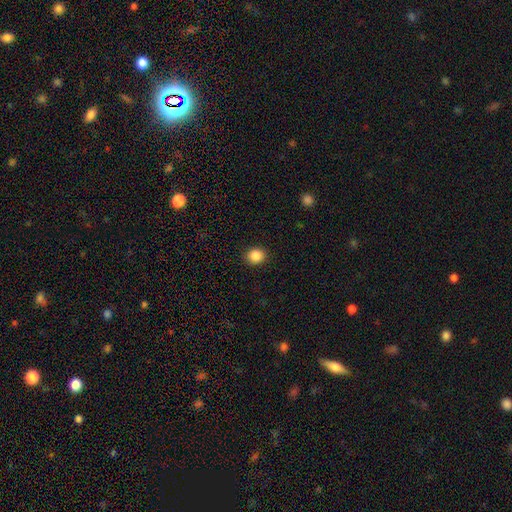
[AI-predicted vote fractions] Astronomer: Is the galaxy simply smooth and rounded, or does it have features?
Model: smooth — 88%.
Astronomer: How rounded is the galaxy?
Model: round — 77%.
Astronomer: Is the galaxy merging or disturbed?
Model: none — 91%.